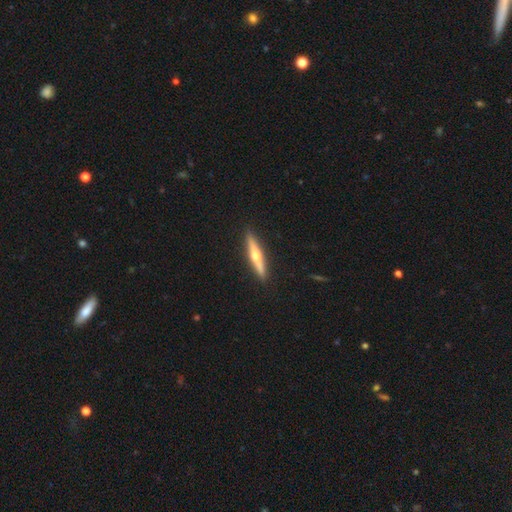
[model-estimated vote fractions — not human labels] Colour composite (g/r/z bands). It shows a featured or disk galaxy (68%) viewed edge-on (97%) with a rounded central bulge (94%). Merging: none (92%).